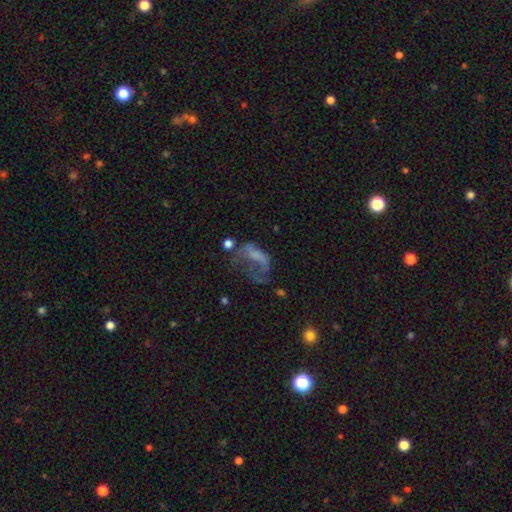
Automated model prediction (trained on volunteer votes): smooth-or-featured: featured or disk: 44% | smooth: 39% | star or artifact: 17%
  merging: major disturbance: 57% | none: 19% | minor disturbance: 15% | merger: 9%